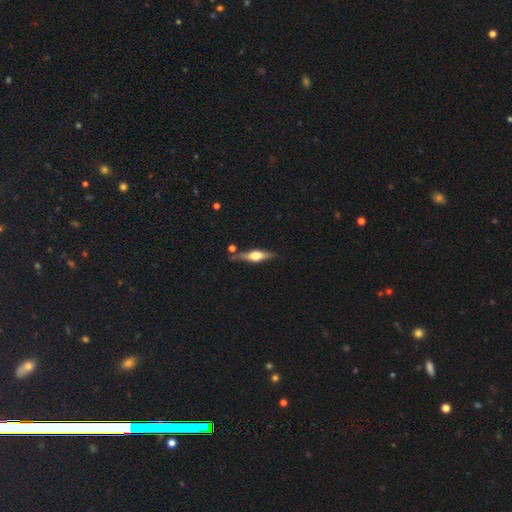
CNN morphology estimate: Smooth or featured?
  - featured or disk: 67% *
  - smooth: 27%
  - star or artifact: 6%
Edge-on disk?
  - yes: 95% *
  - no: 5%
Edge-on bulge?
  - rounded: 92% *
  - boxy: 6%
  - none: 2%
Merging?
  - none: 75% *
  - minor disturbance: 15%
  - merger: 7%
  - major disturbance: 4%